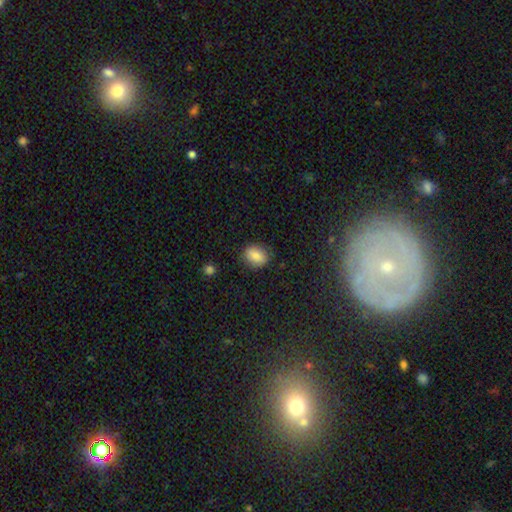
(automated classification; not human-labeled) The model was most divided on "how rounded": in between: 61%, round: 38%, cigar-shaped: 1%. More confident: smooth or featured — smooth (83%); merging — none (82%).